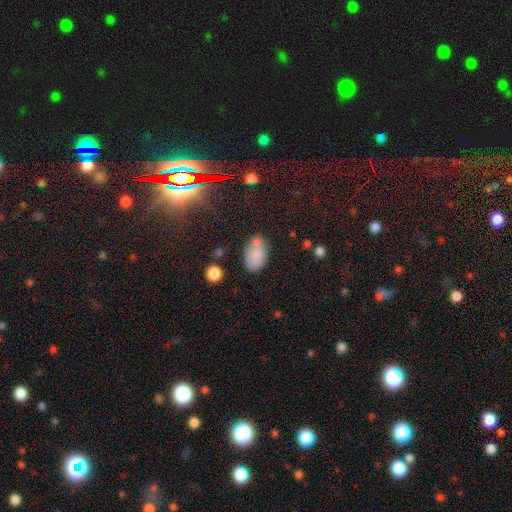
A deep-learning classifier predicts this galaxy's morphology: Q: Smooth or featured?
A: smooth (78%); runner-up: featured or disk (12%)
Q: How rounded?
A: in between (90%); runner-up: round (8%)
Q: Merging?
A: none (59%); runner-up: minor disturbance (19%)